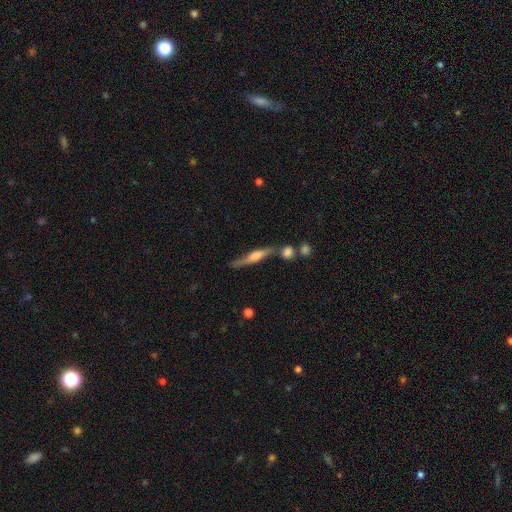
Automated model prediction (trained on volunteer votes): This is likely a featured or disk galaxy (64%). It is clearly viewed edge-on (92%). Edge-on bulge: likely rounded (66%). Merging: likely none (66%).